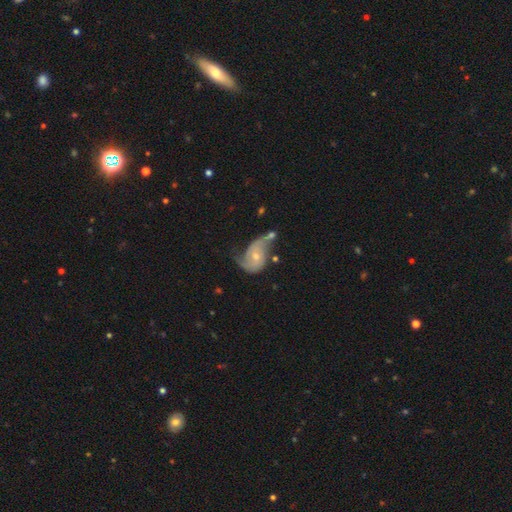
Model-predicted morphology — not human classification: The model was most divided on "merging": none: 30%, major disturbance: 27%, minor disturbance: 24%, merger: 19%. More confident: edge-on disk — no (97%); spiral arms — yes (87%); smooth or featured — featured or disk (74%); spiral arm count — 2 (74%); bar — no (66%); bulge size — small (55%); spiral winding — loose (53%).